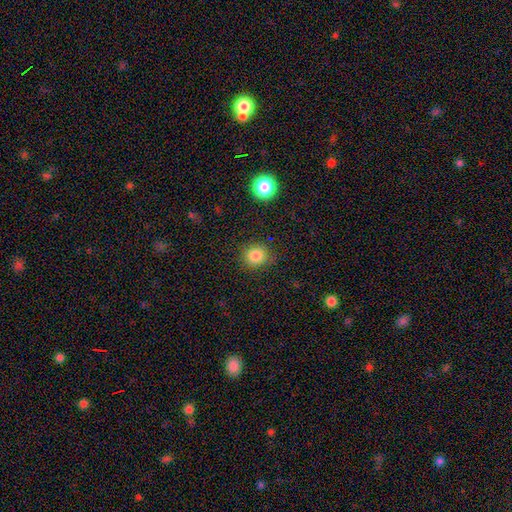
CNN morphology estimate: Q: Smooth or featured?
A: smooth (83%); runner-up: star or artifact (12%)
Q: How rounded?
A: round (87%); runner-up: in between (12%)
Q: Merging?
A: none (85%); runner-up: minor disturbance (10%)